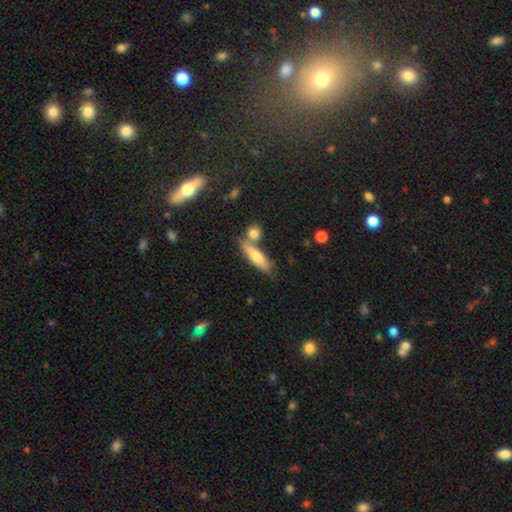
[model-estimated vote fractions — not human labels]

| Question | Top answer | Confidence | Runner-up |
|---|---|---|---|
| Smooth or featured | smooth | 69% | featured or disk (24%) |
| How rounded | cigar-shaped | 68% | in between (29%) |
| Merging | none | 63% | merger (21%) |